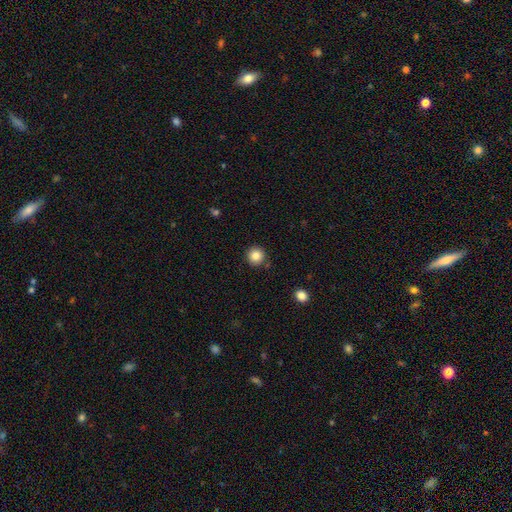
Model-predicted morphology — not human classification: smooth-or-featured: smooth: 85% | star or artifact: 10% | featured or disk: 5%
  how-rounded: round: 94% | in between: 5% | cigar-shaped: 1%
  merging: none: 88% | minor disturbance: 8% | merger: 3% | major disturbance: 2%